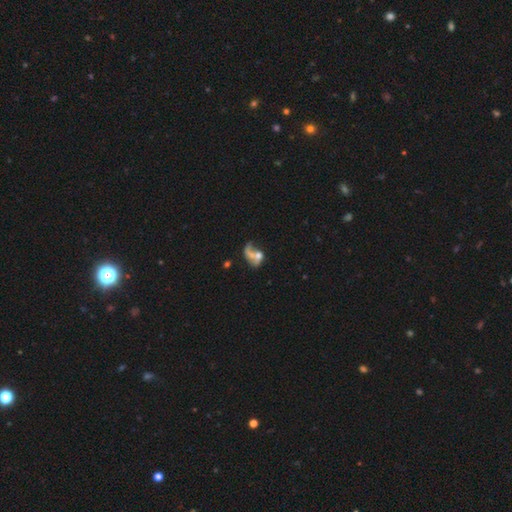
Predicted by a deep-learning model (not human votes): A featured or disk galaxy (55%) with no bar (74%), spiral arms (59%) and a small central bulge (33%, tied with moderate). Merging: merger (42%).